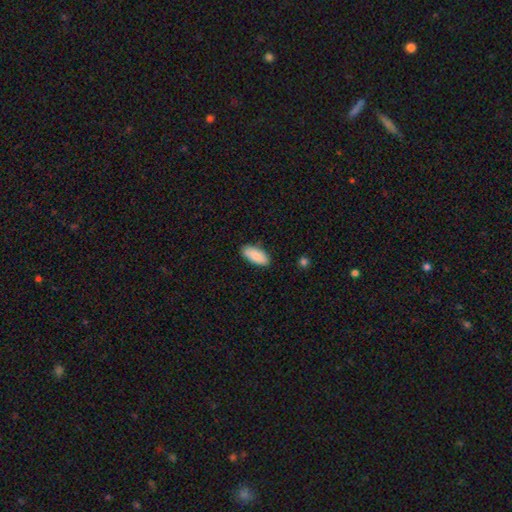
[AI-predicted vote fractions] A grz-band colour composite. It shows a smooth galaxy with no disk features (88%) that is in between round and cigar-shaped (87%). Merging: none (86%).